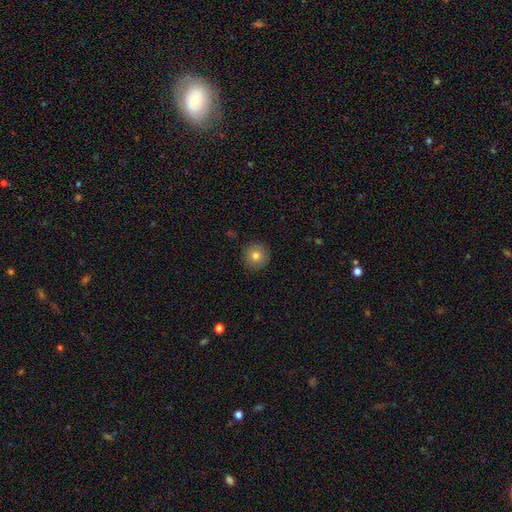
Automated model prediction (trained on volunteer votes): This is likely a smooth galaxy (79%). How rounded: clearly round (95%). Merging: clearly none (91%).